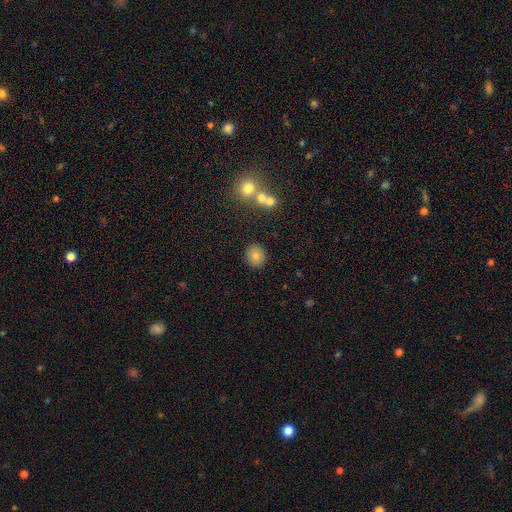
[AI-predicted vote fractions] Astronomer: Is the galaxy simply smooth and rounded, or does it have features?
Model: smooth — 77%.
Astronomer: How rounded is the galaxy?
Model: round — 81%.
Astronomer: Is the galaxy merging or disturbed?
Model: none — 87%.